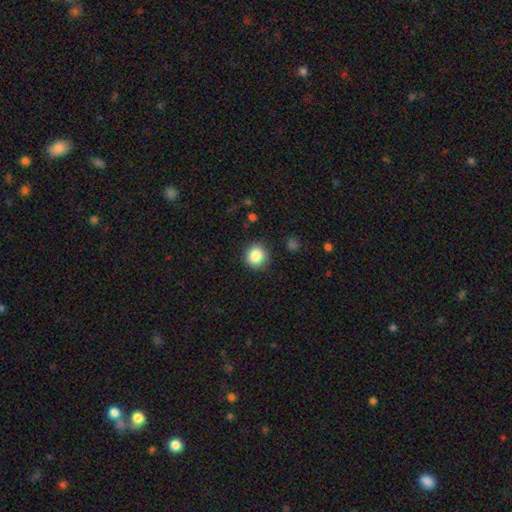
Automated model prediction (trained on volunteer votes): Smooth or featured? Predicted: smooth (p=0.86). How rounded? Predicted: round (p=0.90). Merging? Predicted: none (p=0.89).